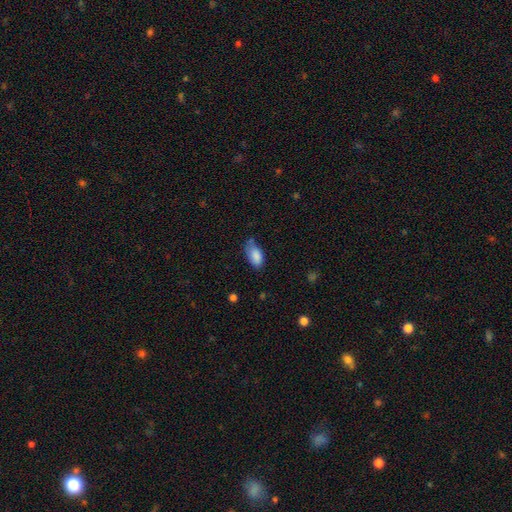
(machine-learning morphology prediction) Smooth or featured? smooth (85%)
How rounded? in between (93%)
Merging? none (52%)